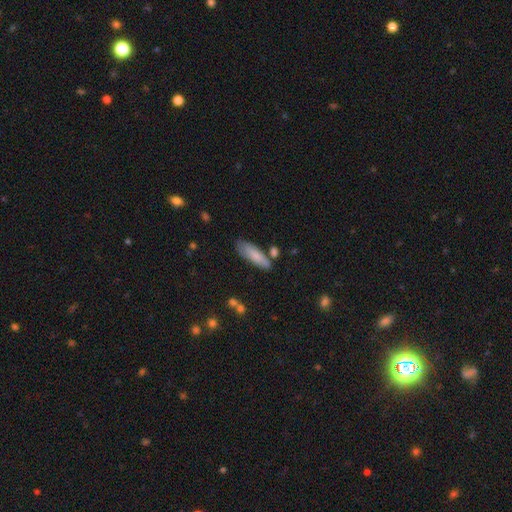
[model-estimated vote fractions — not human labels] The model was most divided on "how rounded": cigar-shaped: 51%, in between: 47%, round: 2%. More confident: smooth or featured — smooth (79%); merging — none (69%).